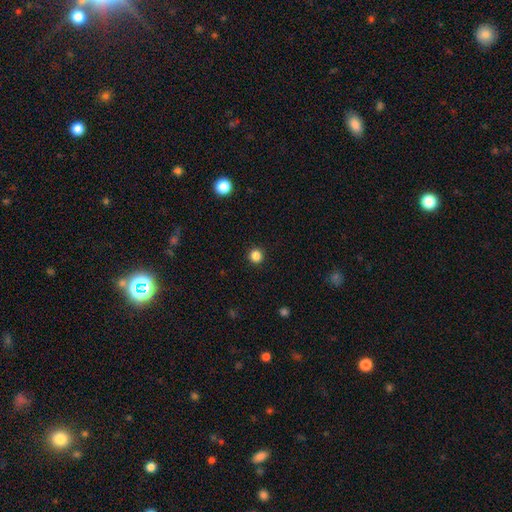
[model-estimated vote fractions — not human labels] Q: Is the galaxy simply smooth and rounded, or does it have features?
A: smooth — 85%.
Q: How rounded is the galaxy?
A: round — 96%.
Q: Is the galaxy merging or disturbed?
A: none — 93%.